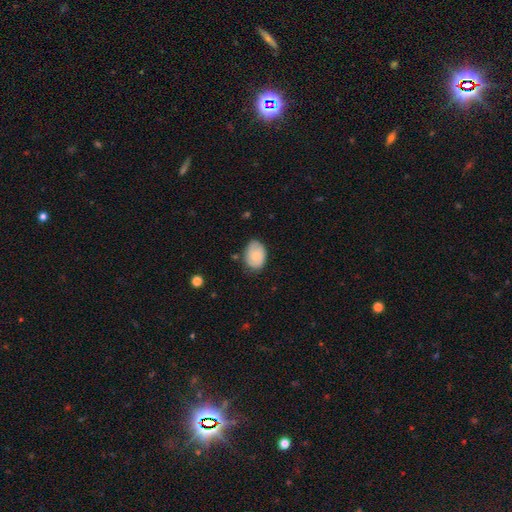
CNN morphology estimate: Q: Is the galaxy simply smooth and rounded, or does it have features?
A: smooth — 79%.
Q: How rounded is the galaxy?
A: in between — 81%.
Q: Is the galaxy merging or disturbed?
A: none — 73%.